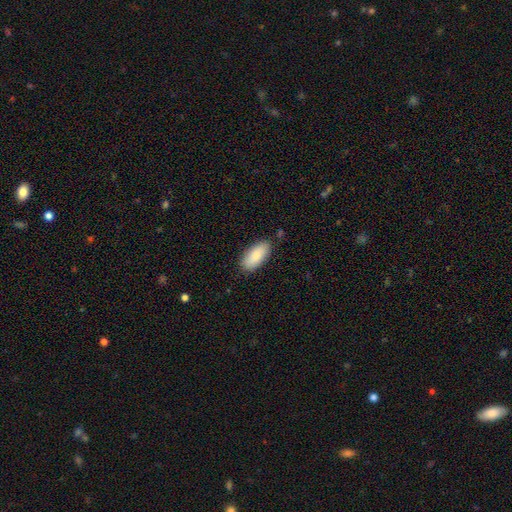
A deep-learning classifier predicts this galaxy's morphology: Smooth or featured: smooth — 85% (featured or disk — 9%)
How rounded: in between — 88% (cigar-shaped — 10%)
Merging: none — 83% (minor disturbance — 13%)